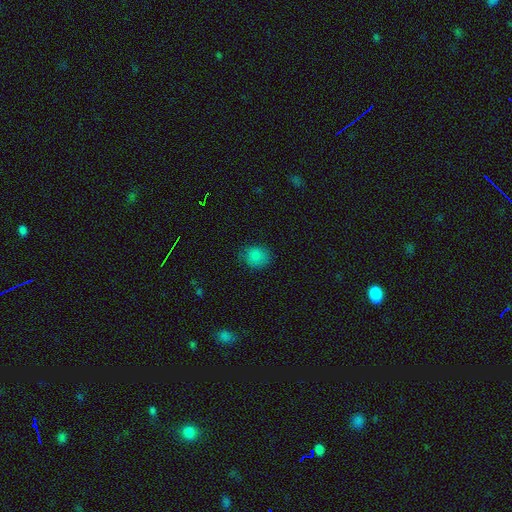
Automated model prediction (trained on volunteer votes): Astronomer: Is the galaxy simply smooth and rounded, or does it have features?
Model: smooth — 83%.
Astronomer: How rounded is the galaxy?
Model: round — 74%.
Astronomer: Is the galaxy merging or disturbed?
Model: none — 73%.